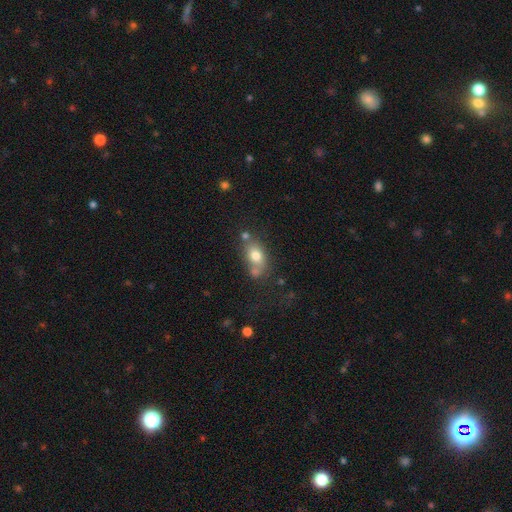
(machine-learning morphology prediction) Smooth or featured? smooth (75%)
How rounded? in between (75%)
Merging? none (53%)